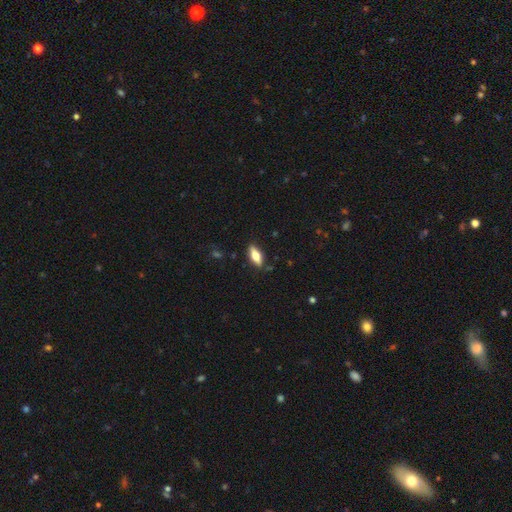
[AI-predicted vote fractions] This is likely a smooth galaxy (61%). How rounded: likely in between (74%). Merging: clearly none (85%).